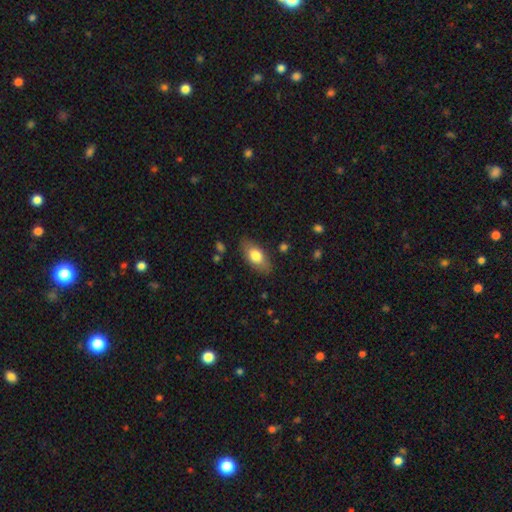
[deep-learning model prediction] A smooth galaxy with no disk features (75%) that is in between round and cigar-shaped (88%). Merging: none (83%).